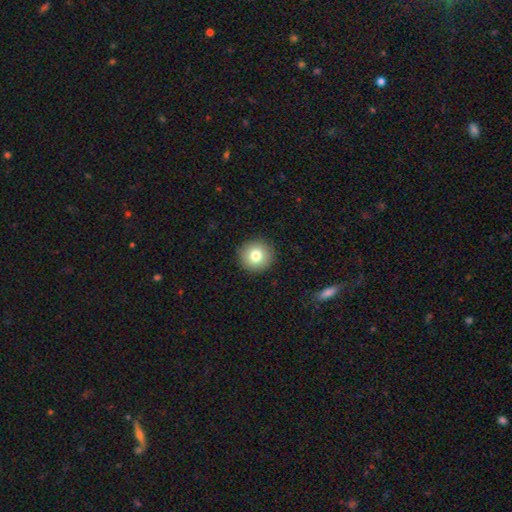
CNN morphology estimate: A smooth galaxy with no disk features (80%) that is round (94%).

Vote fractions:
- Smooth or featured? smooth: 80% / featured or disk: 10% / star or artifact: 10%
- How rounded? round: 94% / in between: 5% / cigar-shaped: 1%
- Merging? none: 92% / minor disturbance: 5% / major disturbance: 2% / merger: 1%